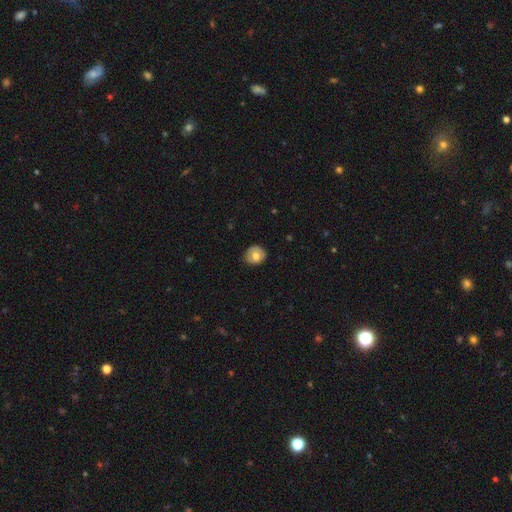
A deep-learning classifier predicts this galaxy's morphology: smooth-or-featured: smooth: 68% | featured or disk: 25% | star or artifact: 7%
  how-rounded: round: 82% | in between: 17% | cigar-shaped: 1%
  merging: none: 83% | minor disturbance: 14% | major disturbance: 3% | merger: 1%